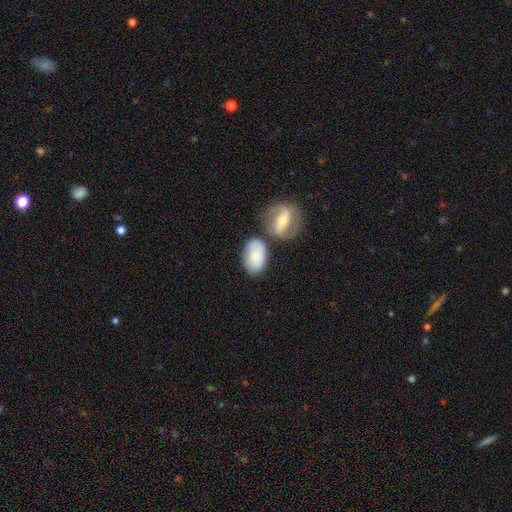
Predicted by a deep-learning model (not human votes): Smooth or featured? smooth (75%)
How rounded? in between (90%)
Merging? none (54%)